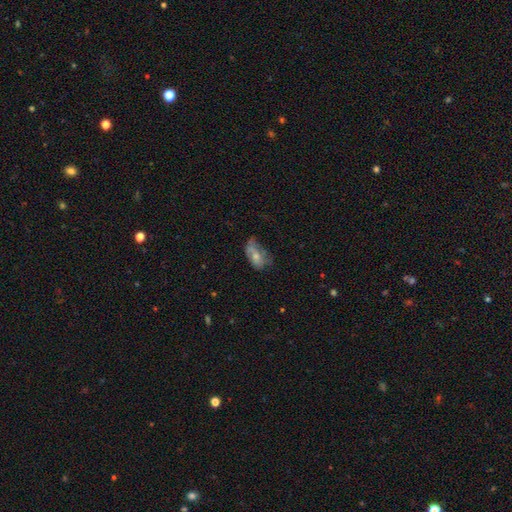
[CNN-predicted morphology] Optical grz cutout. It shows a smooth galaxy with no disk features (55%) that is in between round and cigar-shaped (90%). Merging: minor disturbance (35%).